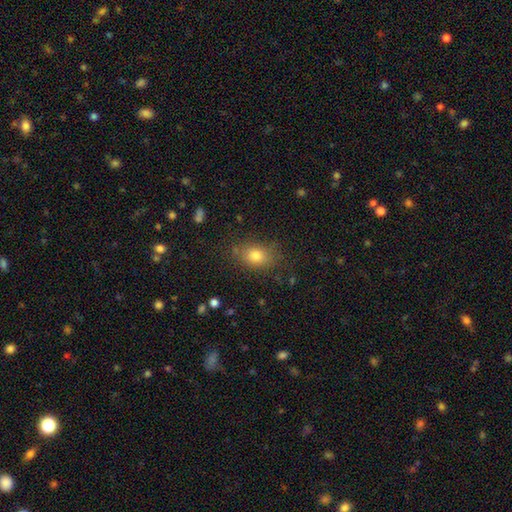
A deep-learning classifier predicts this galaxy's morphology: A smooth galaxy with no disk features (78%) that is in between round and cigar-shaped (68%).

Vote fractions:
- Smooth or featured? smooth: 78% / star or artifact: 12% / featured or disk: 10%
- How rounded? in between: 68% / round: 31% / cigar-shaped: 2%
- Merging? none: 79% / minor disturbance: 14% / major disturbance: 5% / merger: 2%